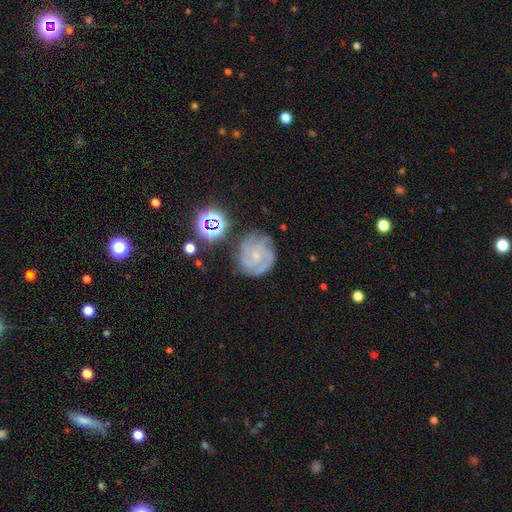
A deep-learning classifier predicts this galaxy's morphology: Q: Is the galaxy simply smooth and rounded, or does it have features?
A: featured or disk — 76%.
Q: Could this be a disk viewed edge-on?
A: no — 98%.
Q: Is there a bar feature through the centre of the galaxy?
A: no — 70%.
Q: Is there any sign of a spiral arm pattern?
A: yes — 96%.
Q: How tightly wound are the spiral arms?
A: tight — 65%.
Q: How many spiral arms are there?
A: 3 — 42%.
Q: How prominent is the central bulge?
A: small — 76%.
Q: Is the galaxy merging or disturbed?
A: none — 75%.